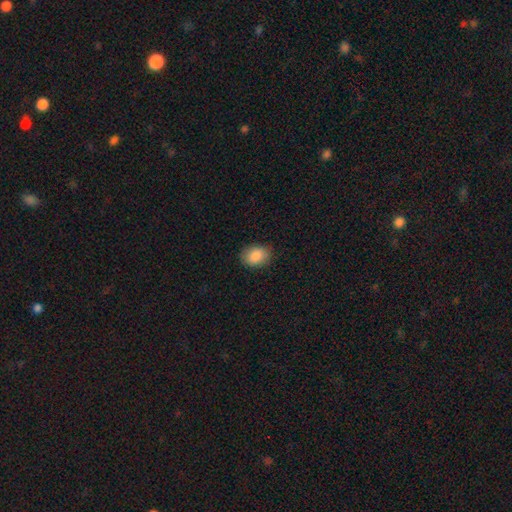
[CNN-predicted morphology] Smooth or featured? Predicted: smooth (p=0.88). How rounded? Predicted: in between (p=0.76). Merging? Predicted: none (p=0.85).